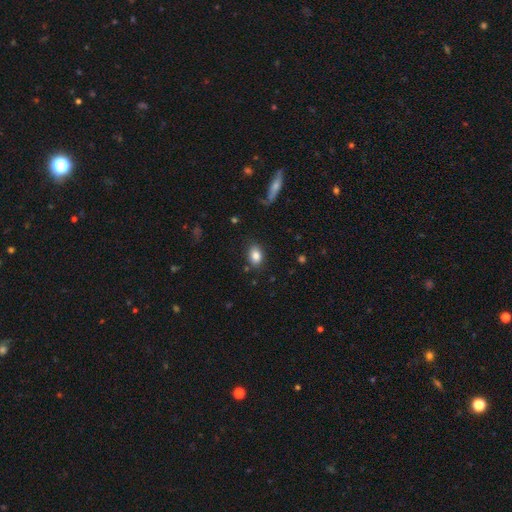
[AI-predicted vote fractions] smooth_or_featured: smooth (p=0.84) [alt: star or artifact p=0.09]
how_rounded: in between (p=0.80) [alt: round p=0.18]
merging: none (p=0.83) [alt: minor disturbance p=0.12]